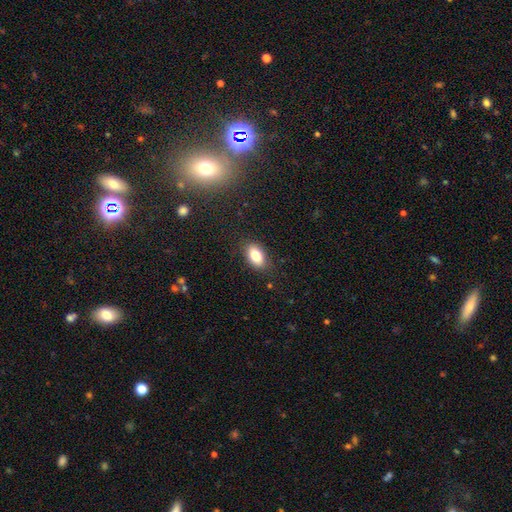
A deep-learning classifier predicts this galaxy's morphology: smooth 82%, featured or disk 10%, star or artifact 8%. Down the decision tree: how rounded — in between (91%); merging — none (85%).